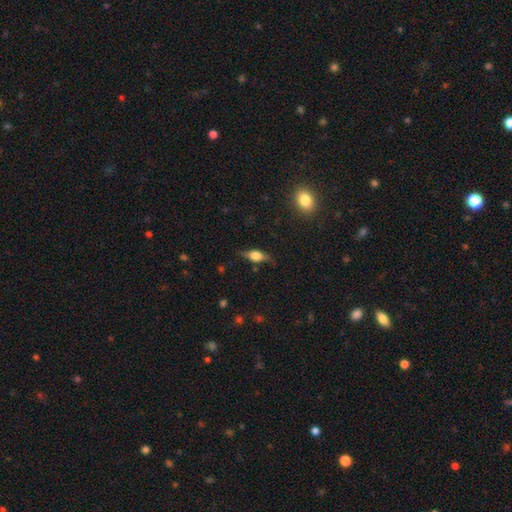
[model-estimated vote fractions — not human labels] featured or disk 48%, smooth 43%, star or artifact 9%. Down the decision tree: merging — none (74%).